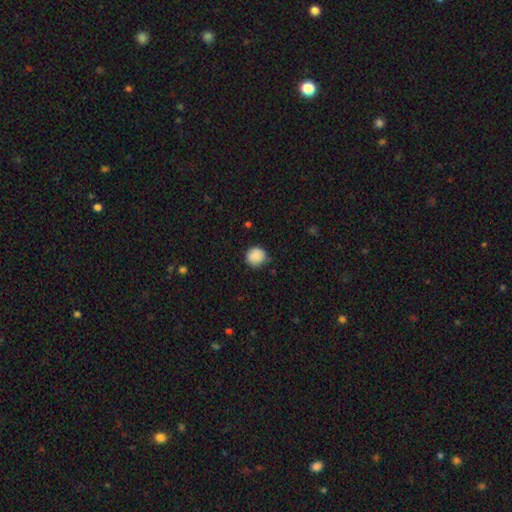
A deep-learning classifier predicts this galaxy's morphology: Smooth or featured: smooth — 88% (star or artifact — 8%)
How rounded: round — 86% (in between — 13%)
Merging: none — 75% (minor disturbance — 20%)